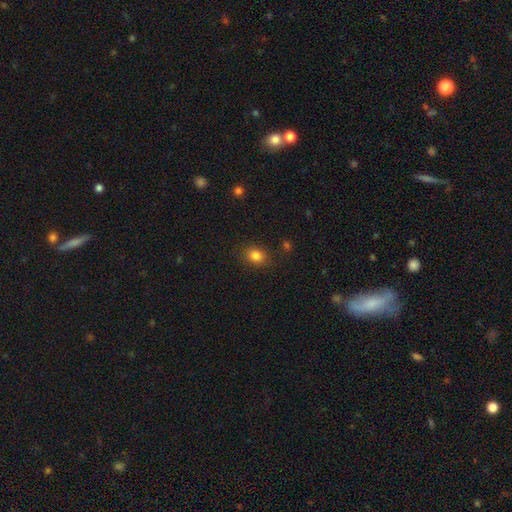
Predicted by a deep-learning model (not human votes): Smooth or featured? smooth (84%)
How rounded? in between (56%)
Merging? none (83%)